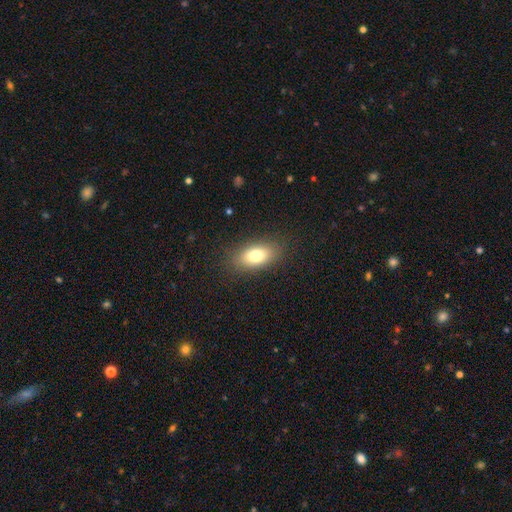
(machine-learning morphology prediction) Smooth or featured? smooth (77%)
How rounded? in between (86%)
Merging? none (86%)